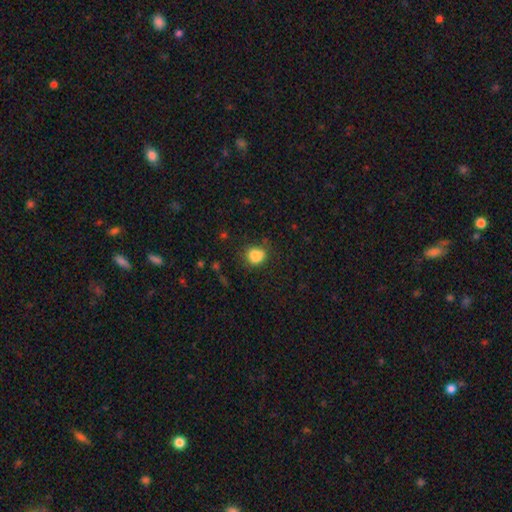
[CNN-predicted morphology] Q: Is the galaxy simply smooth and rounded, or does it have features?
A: smooth — 81%.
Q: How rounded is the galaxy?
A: round — 62%.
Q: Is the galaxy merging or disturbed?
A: none — 56%.